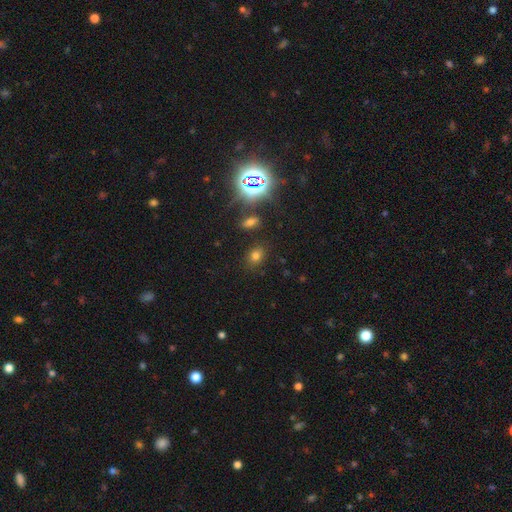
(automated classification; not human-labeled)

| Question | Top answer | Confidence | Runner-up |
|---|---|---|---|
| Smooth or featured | smooth | 67% | star or artifact (25%) |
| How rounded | in between | 55% | round (43%) |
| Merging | none | 82% | minor disturbance (10%) |